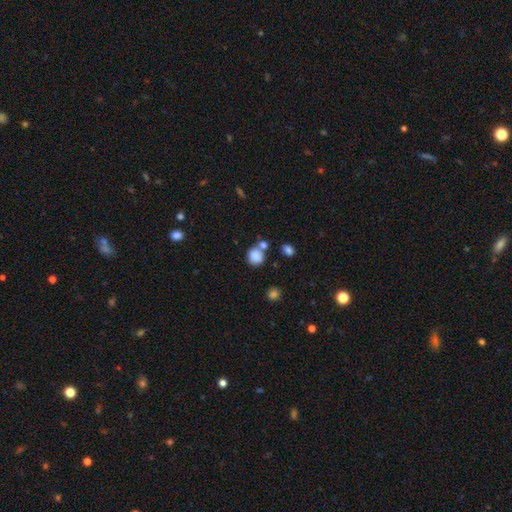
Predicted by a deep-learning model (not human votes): smooth-or-featured: smooth: 83% | star or artifact: 11% | featured or disk: 6%
  how-rounded: round: 75% | in between: 24% | cigar-shaped: 1%
  merging: none: 52% | merger: 29% | minor disturbance: 13% | major disturbance: 6%